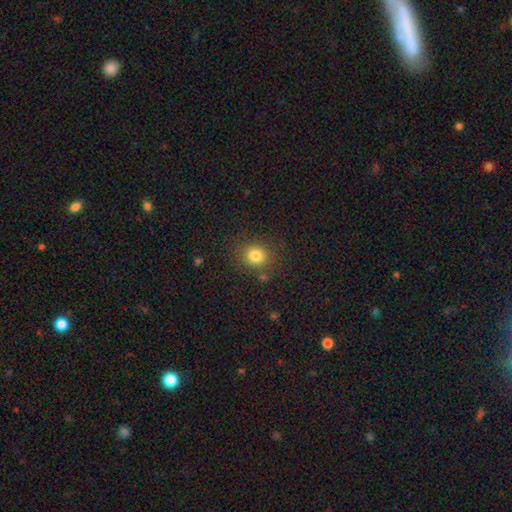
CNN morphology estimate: This appears to be a smooth galaxy with no disk features (81%) that is round (77%). Merging: none (81%).